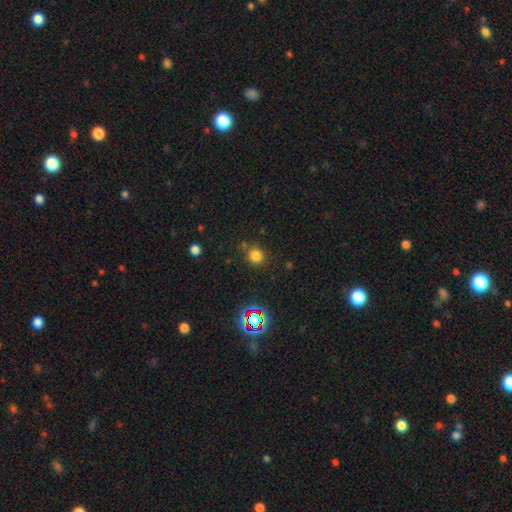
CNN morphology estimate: Q: Smooth or featured?
A: smooth (76%); runner-up: star or artifact (19%)
Q: How rounded?
A: round (88%); runner-up: in between (11%)
Q: Merging?
A: none (81%); runner-up: minor disturbance (11%)